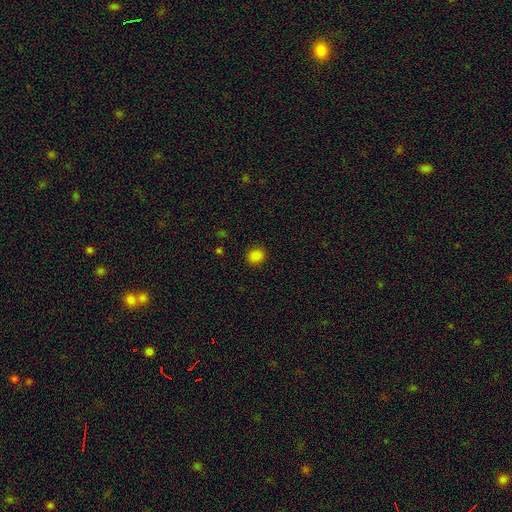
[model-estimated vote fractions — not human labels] smooth 84%, star or artifact 13%, featured or disk 3%. Down the decision tree: how rounded — round (83%); merging — none (91%).